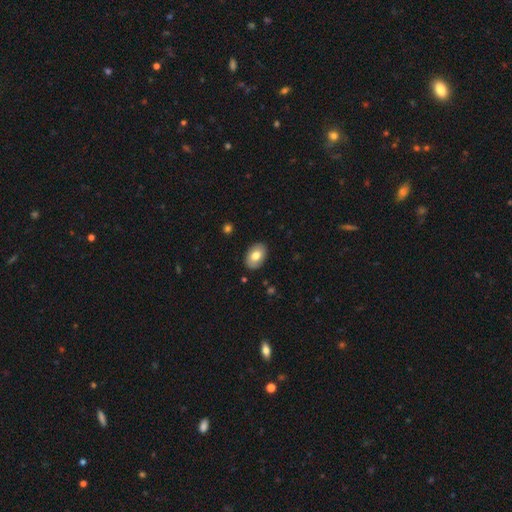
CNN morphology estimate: smooth 75%, featured or disk 18%, star or artifact 7%. Down the decision tree: how rounded — in between (86%); merging — none (88%).